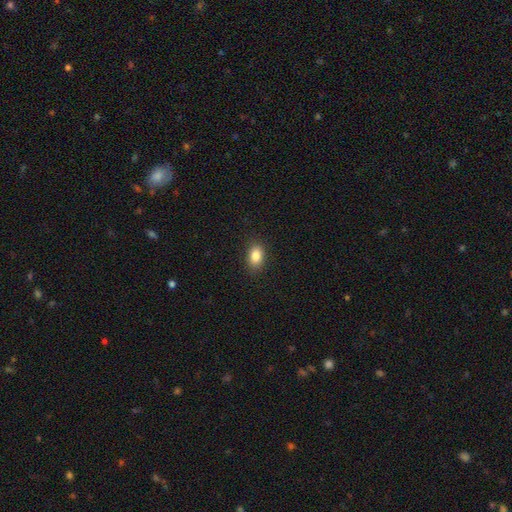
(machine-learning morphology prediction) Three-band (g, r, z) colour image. It shows a smooth galaxy with no disk features (85%) that is in between round and cigar-shaped (81%). Merging: none (88%).